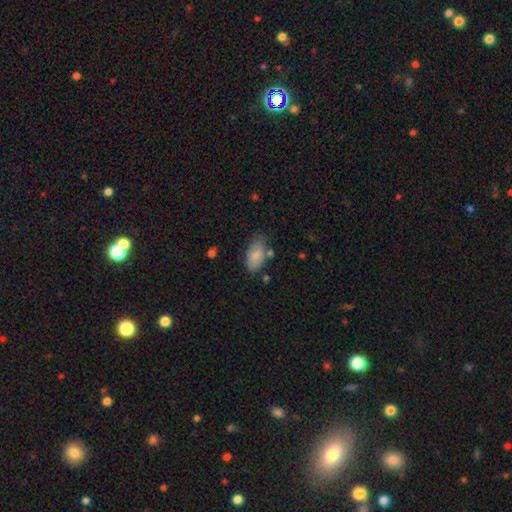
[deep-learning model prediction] Smooth or featured: smooth — 81% (featured or disk — 12%)
How rounded: in between — 93% (round — 4%)
Merging: none — 63% (minor disturbance — 25%)